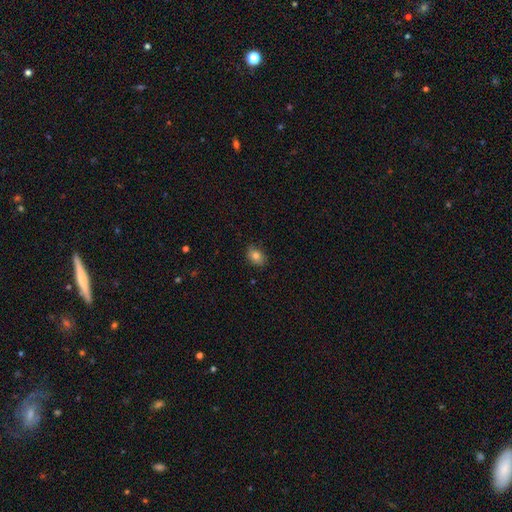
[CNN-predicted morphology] smooth_or_featured: smooth (p=0.81) [alt: star or artifact p=0.10]
how_rounded: in between (p=0.69) [alt: round p=0.29]
merging: none (p=0.79) [alt: minor disturbance p=0.17]